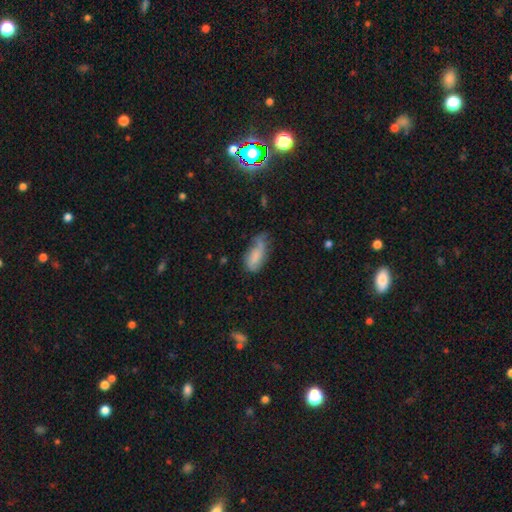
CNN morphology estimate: Q: Smooth or featured?
A: smooth (70%); runner-up: featured or disk (21%)
Q: How rounded?
A: in between (84%); runner-up: cigar-shaped (12%)
Q: Merging?
A: minor disturbance (40%); runner-up: none (37%)